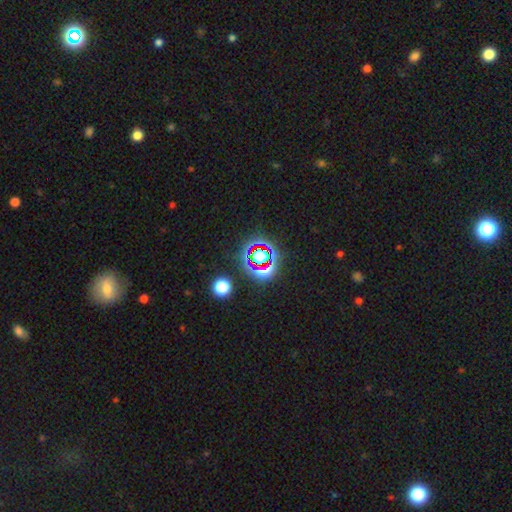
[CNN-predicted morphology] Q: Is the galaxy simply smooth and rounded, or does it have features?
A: star or artifact — 68%.